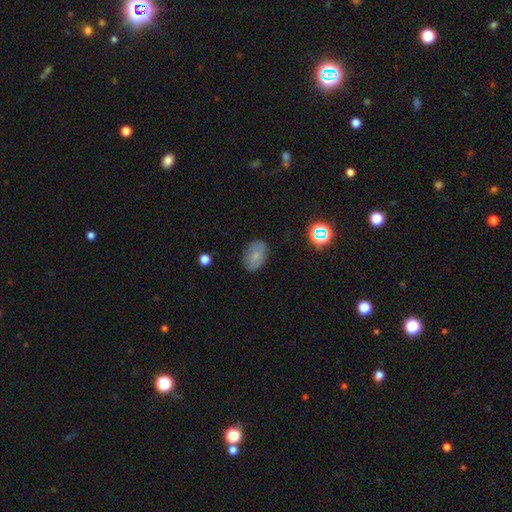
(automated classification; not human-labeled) Smooth or featured? Predicted: smooth (p=0.76). How rounded? Predicted: in between (p=0.85). Merging? Predicted: none (p=0.79).